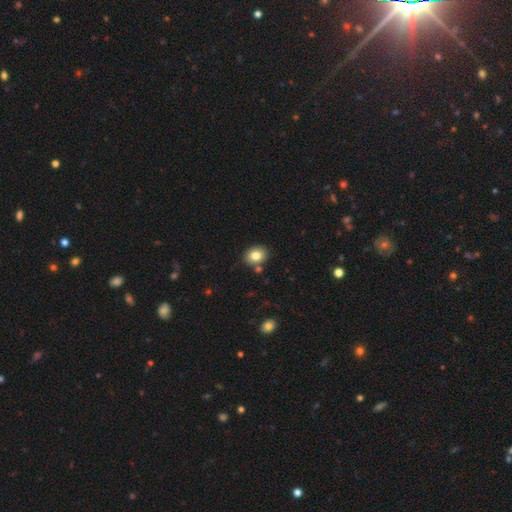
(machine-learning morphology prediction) This appears to be a smooth galaxy with no disk features (80%) that is round (52%). Merging: none (80%).